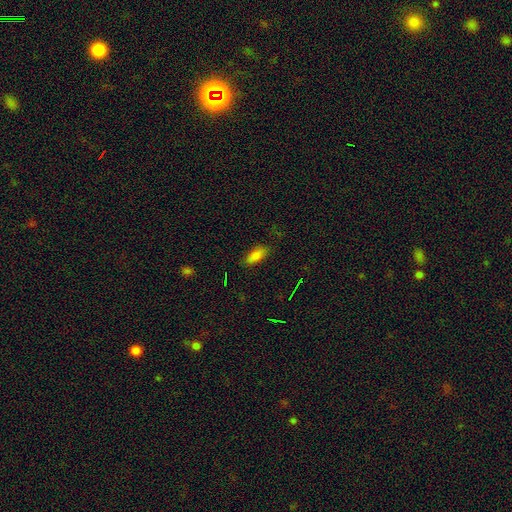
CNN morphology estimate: A smooth galaxy with no disk features (82%) that is in between round and cigar-shaped (83%). Merging: none (80%).